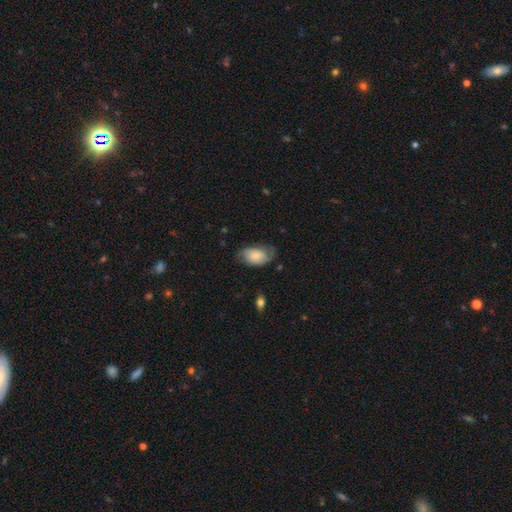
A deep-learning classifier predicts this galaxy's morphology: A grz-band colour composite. It shows a smooth galaxy with no disk features (68%) that is in between round and cigar-shaped (92%). Merging: none (59%).